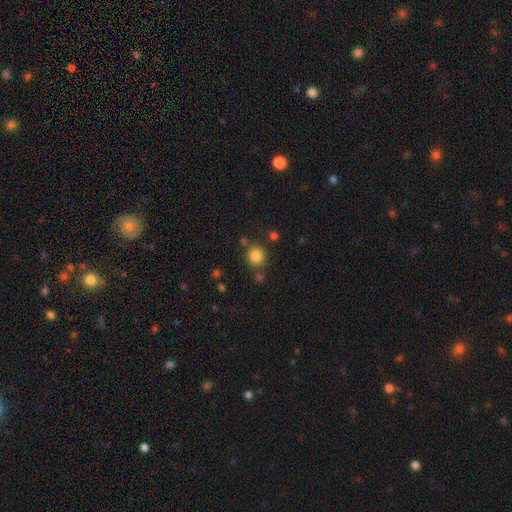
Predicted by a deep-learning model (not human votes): Smooth or featured? Predicted: smooth (p=0.83). How rounded? Predicted: round (p=0.92). Merging? Predicted: none (p=0.77).